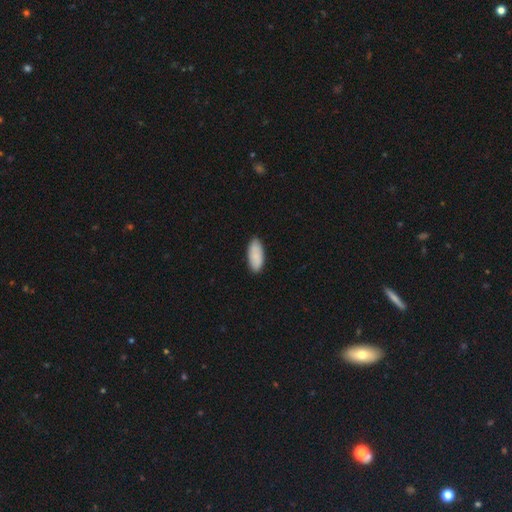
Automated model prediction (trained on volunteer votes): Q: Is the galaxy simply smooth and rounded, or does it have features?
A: smooth — 87%.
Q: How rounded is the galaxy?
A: in between — 88%.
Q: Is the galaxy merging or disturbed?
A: none — 86%.